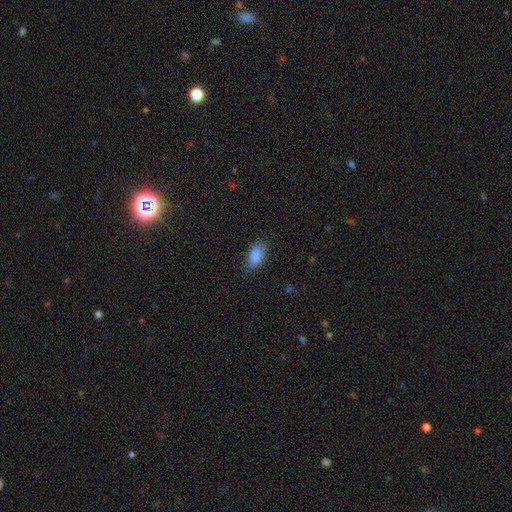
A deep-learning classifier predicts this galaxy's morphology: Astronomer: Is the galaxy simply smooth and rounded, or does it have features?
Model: smooth — 88%.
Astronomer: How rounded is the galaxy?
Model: in between — 91%.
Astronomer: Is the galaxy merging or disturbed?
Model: none — 83%.